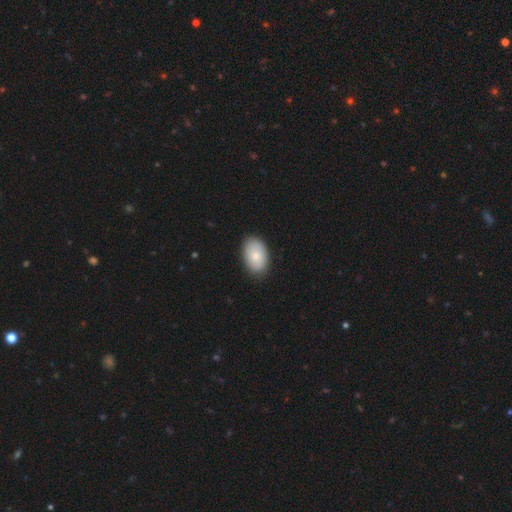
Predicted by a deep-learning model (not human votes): smooth 79%, featured or disk 15%, star or artifact 6%. Down the decision tree: how rounded — in between (90%); merging — none (87%).